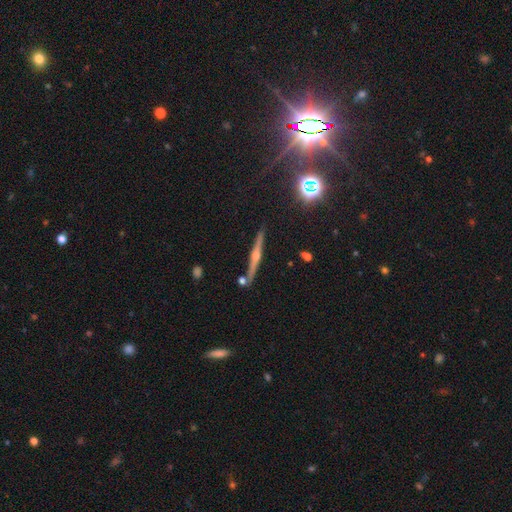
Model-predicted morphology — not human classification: Q: Smooth or featured?
A: featured or disk (75%); runner-up: smooth (14%)
Q: Edge-on disk?
A: yes (98%); runner-up: no (2%)
Q: Edge-on bulge?
A: rounded (86%); runner-up: boxy (7%)
Q: Merging?
A: none (87%); runner-up: minor disturbance (8%)